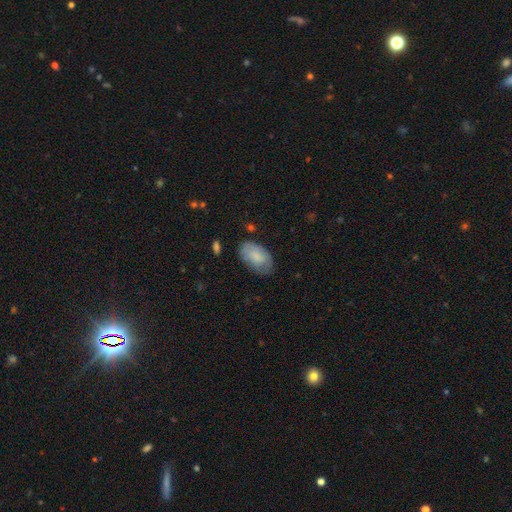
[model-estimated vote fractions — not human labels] A smooth galaxy with no disk features (77%) that is in between round and cigar-shaped (94%).

Vote fractions:
- Smooth or featured? smooth: 77% / featured or disk: 16% / star or artifact: 6%
- How rounded? in between: 94% / round: 5% / cigar-shaped: 1%
- Merging? none: 67% / minor disturbance: 24% / major disturbance: 7% / merger: 2%